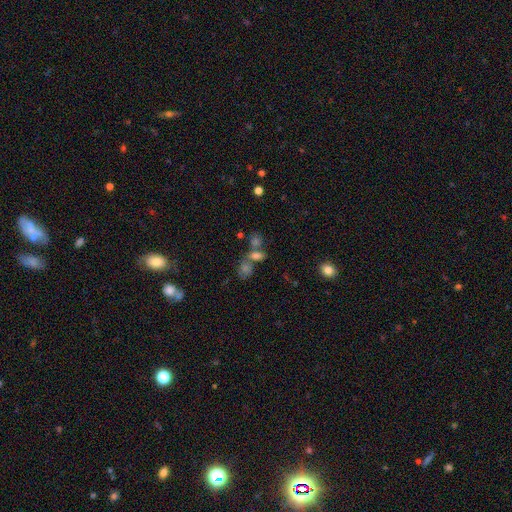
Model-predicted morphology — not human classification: Smooth or featured?
  - smooth: 68% *
  - star or artifact: 19%
  - featured or disk: 14%
How rounded?
  - in between: 67% *
  - round: 29%
  - cigar-shaped: 4%
Merging?
  - merger: 46% *
  - none: 37%
  - minor disturbance: 11%
  - major disturbance: 7%